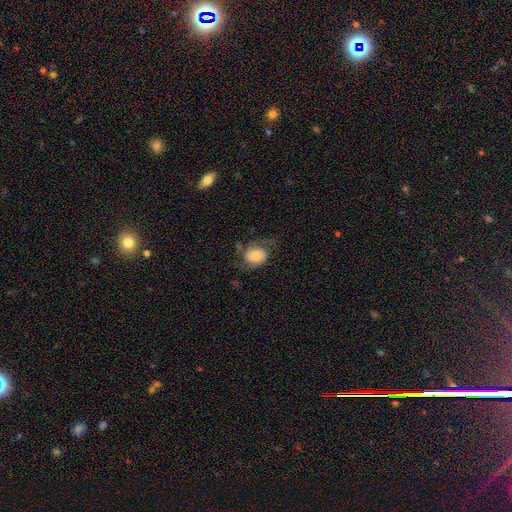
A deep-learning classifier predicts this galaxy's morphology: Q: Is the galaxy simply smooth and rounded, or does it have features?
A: smooth — 55%.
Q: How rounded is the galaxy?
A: round — 52%.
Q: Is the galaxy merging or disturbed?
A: none — 49%.